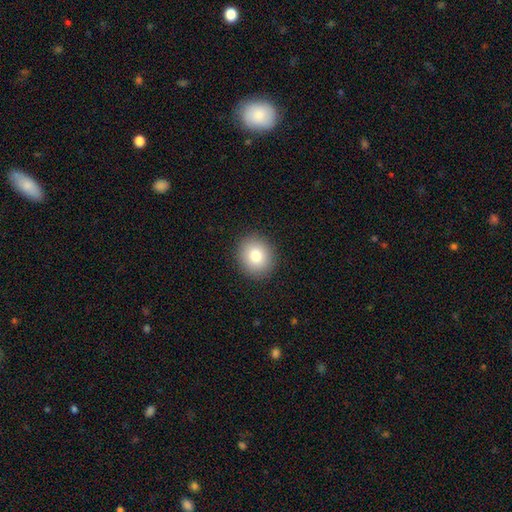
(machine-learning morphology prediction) Overall: smooth (81%). How rounded: round (79%). Merging: none (91%).